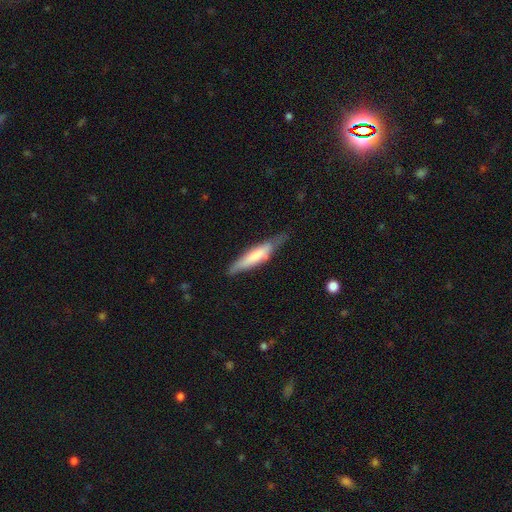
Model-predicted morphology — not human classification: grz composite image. It shows a smooth galaxy with no disk features (60%) that is cigar-shaped (80%). Merging: none (65%).